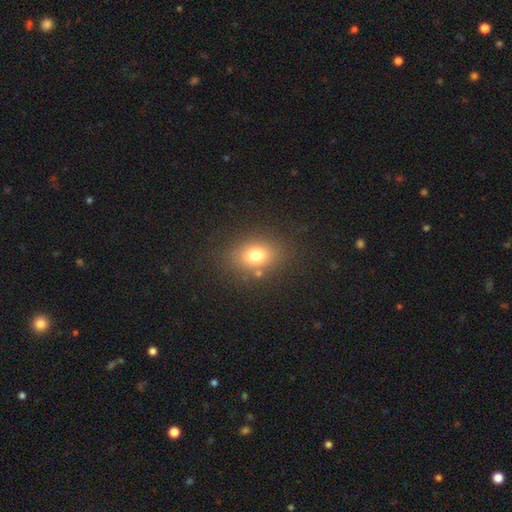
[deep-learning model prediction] Smooth or featured? smooth (75%)
How rounded? in between (65%)
Merging? none (80%)